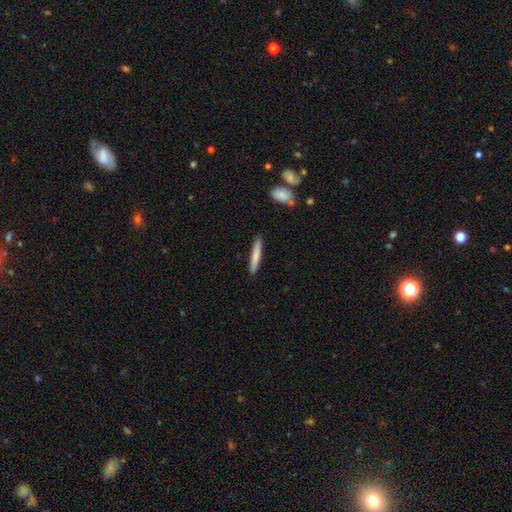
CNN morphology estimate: Smooth or featured?
  - smooth: 76% *
  - featured or disk: 19%
  - star or artifact: 5%
How rounded?
  - cigar-shaped: 94% *
  - in between: 5%
  - round: 1%
Merging?
  - none: 89% *
  - minor disturbance: 7%
  - merger: 2%
  - major disturbance: 2%